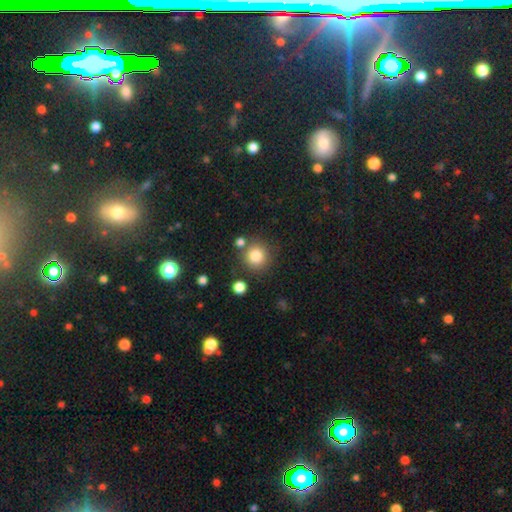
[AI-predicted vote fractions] This is clearly a smooth galaxy (83%). How rounded: clearly round (93%). Merging: likely none (79%).